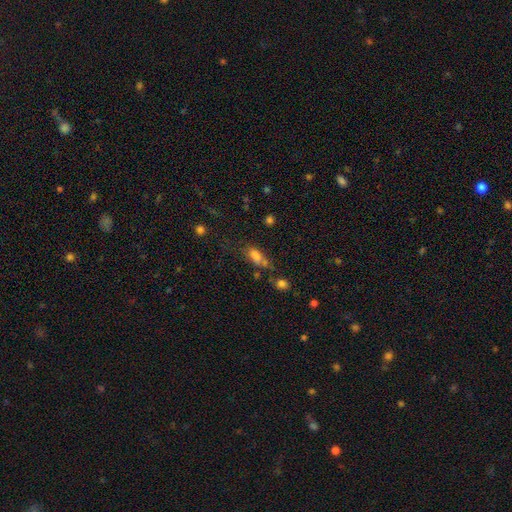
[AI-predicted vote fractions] smooth-or-featured: smooth: 73% | star or artifact: 15% | featured or disk: 12%
  how-rounded: in between: 79% | cigar-shaped: 12% | round: 9%
  merging: none: 43% | minor disturbance: 22% | merger: 22% | major disturbance: 13%